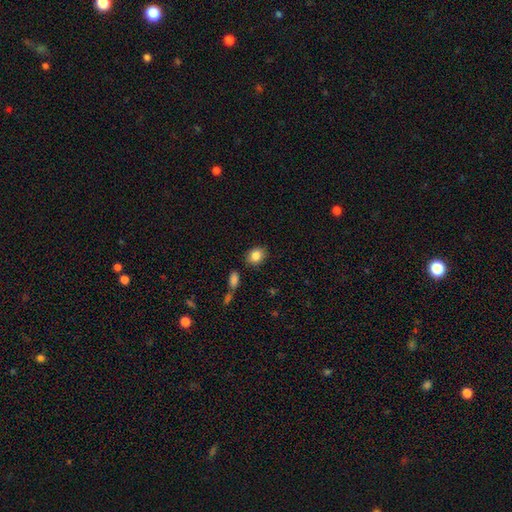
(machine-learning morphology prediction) Overall: smooth (85%). How rounded: in between (52%; round 47%). Merging: none (83%).